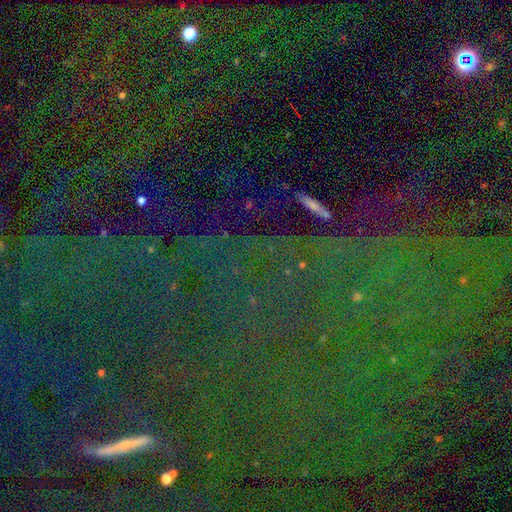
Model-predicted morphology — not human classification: smooth_or_featured: star or artifact (p=0.84) [alt: smooth p=0.08]